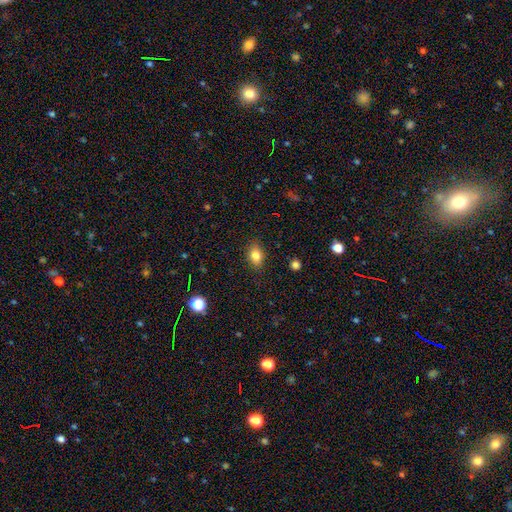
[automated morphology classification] smooth 82%, star or artifact 10%, featured or disk 8%. Down the decision tree: how rounded — in between (77%); merging — none (87%).